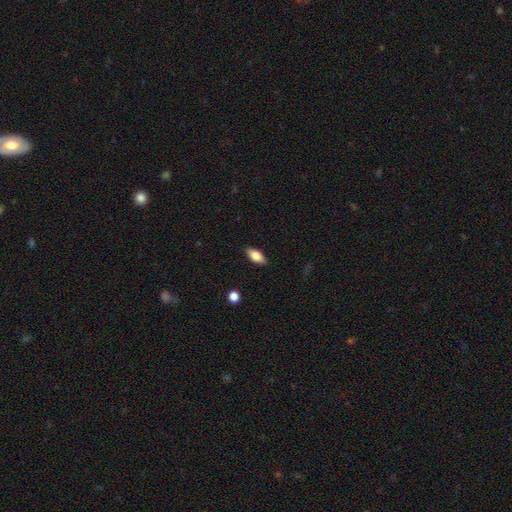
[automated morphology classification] Smooth or featured?
  - smooth: 78% *
  - featured or disk: 15%
  - star or artifact: 7%
How rounded?
  - in between: 88% *
  - cigar-shaped: 9%
  - round: 3%
Merging?
  - none: 86% *
  - minor disturbance: 10%
  - major disturbance: 2%
  - merger: 1%